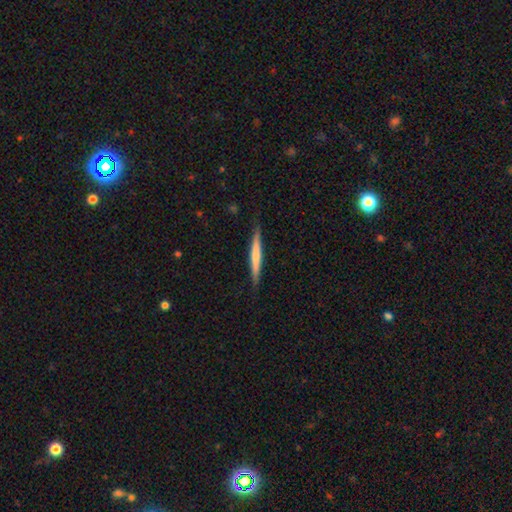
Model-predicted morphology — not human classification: Overall: smooth (53%; featured or disk 42%). How rounded: cigar-shaped (96%). Merging: none (87%).